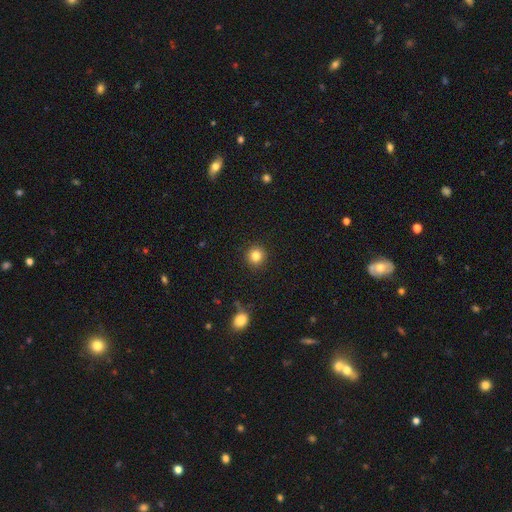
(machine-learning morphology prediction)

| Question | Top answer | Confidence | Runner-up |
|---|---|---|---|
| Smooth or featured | smooth | 84% | star or artifact (11%) |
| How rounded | round | 94% | in between (5%) |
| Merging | none | 92% | minor disturbance (5%) |